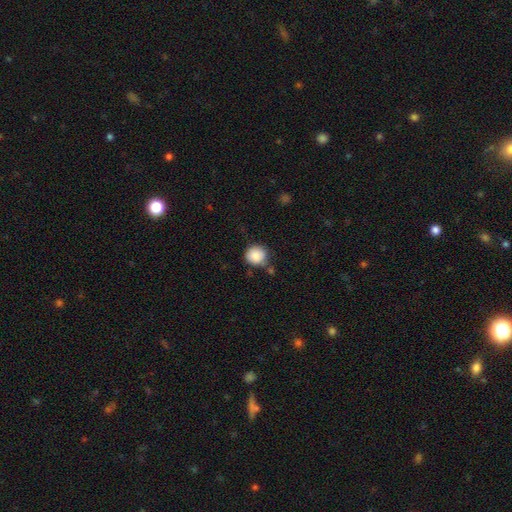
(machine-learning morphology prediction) smooth_or_featured: smooth (p=0.88) [alt: star or artifact p=0.08]
how_rounded: round (p=0.91) [alt: in between p=0.08]
merging: none (p=0.74) [alt: minor disturbance p=0.16]